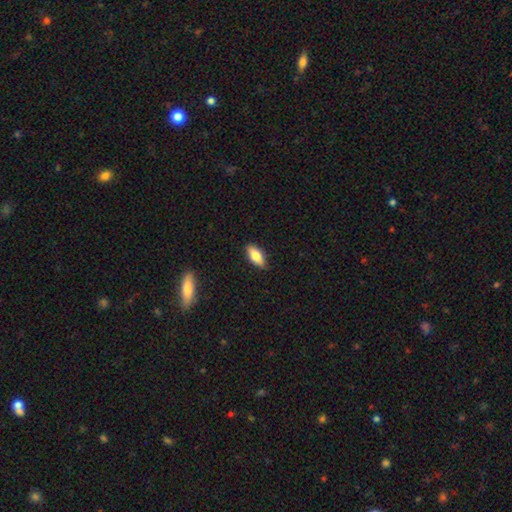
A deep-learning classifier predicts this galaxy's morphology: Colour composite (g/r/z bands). It shows a smooth galaxy with no disk features (74%) that is in between round and cigar-shaped (82%). Merging: none (86%).